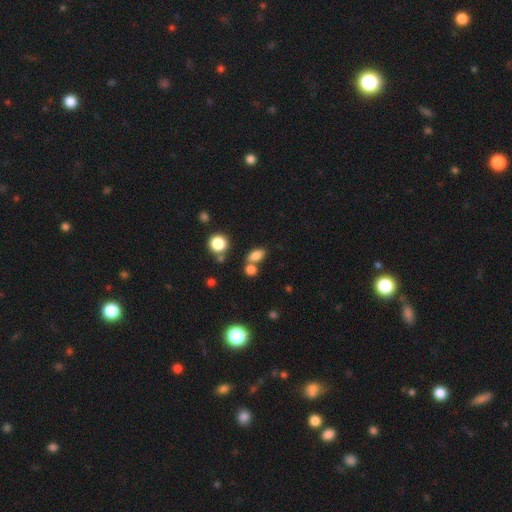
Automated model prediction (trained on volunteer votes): Smooth or featured: smooth — 80% (star or artifact — 13%)
How rounded: in between — 82% (round — 16%)
Merging: none — 55% (merger — 29%)